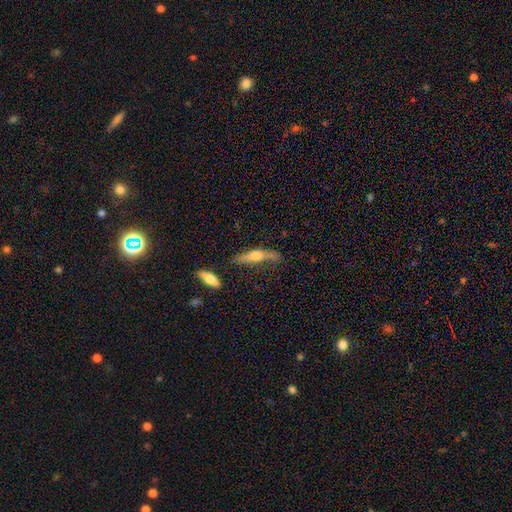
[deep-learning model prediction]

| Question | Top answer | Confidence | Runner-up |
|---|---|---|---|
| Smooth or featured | featured or disk | 48% | smooth (45%) |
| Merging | none | 57% | minor disturbance (27%) |